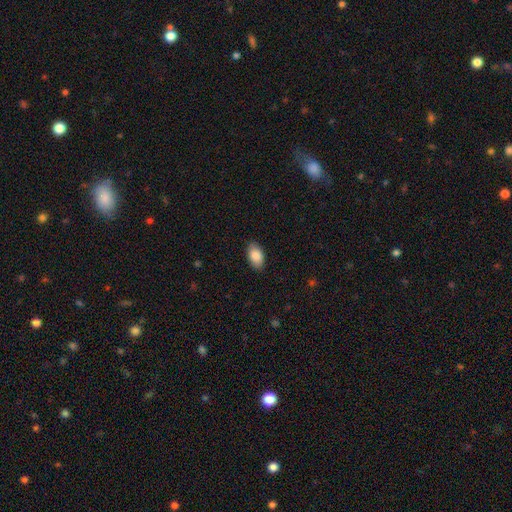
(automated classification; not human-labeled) The model was most divided on "merging": none: 88%, minor disturbance: 9%, major disturbance: 2%, merger: 1%. More confident: how rounded — in between (94%); smooth or featured — smooth (87%).